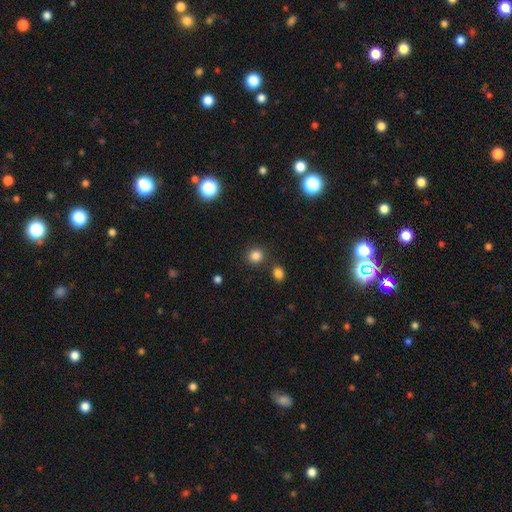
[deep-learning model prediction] A smooth galaxy with no disk features (84%) that is round (86%).

Vote fractions:
- Smooth or featured? smooth: 84% / star or artifact: 12% / featured or disk: 4%
- How rounded? round: 86% / in between: 13% / cigar-shaped: 1%
- Merging? none: 81% / merger: 8% / minor disturbance: 8% / major disturbance: 3%